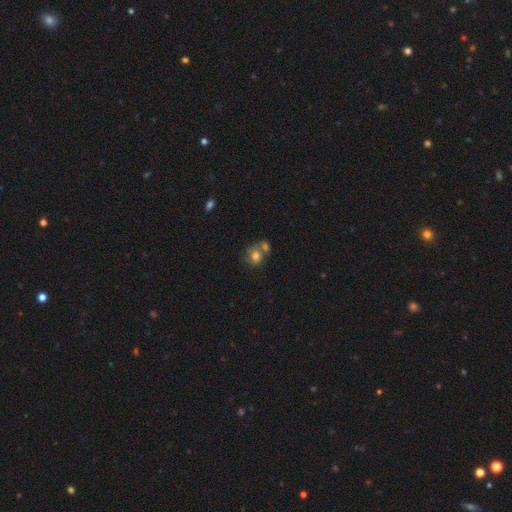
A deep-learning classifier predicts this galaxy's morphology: A smooth galaxy with no disk features (71%) that is round (74%).

Vote fractions:
- Smooth or featured? smooth: 71% / featured or disk: 19% / star or artifact: 11%
- How rounded? round: 74% / in between: 25% / cigar-shaped: 1%
- Merging? merger: 47% / none: 36% / minor disturbance: 12% / major disturbance: 6%